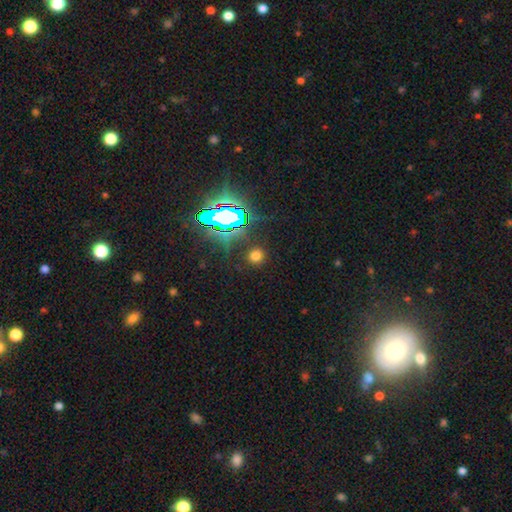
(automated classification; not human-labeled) A smooth galaxy with no disk features (63%) that is round (87%). Merging: none (87%).